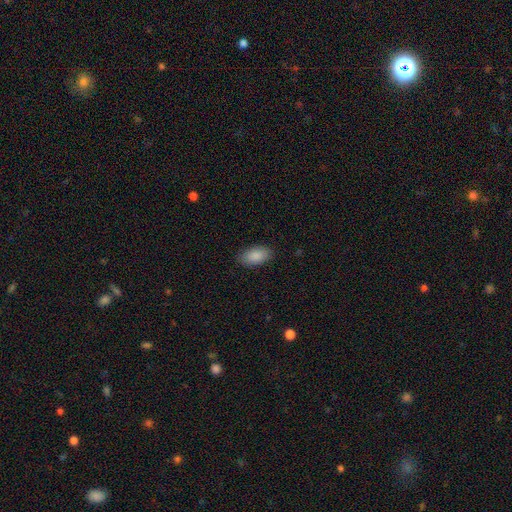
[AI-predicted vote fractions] smooth_or_featured: smooth (p=0.89) [alt: star or artifact p=0.06]
how_rounded: in between (p=0.94) [alt: round p=0.03]
merging: none (p=0.87) [alt: minor disturbance p=0.10]